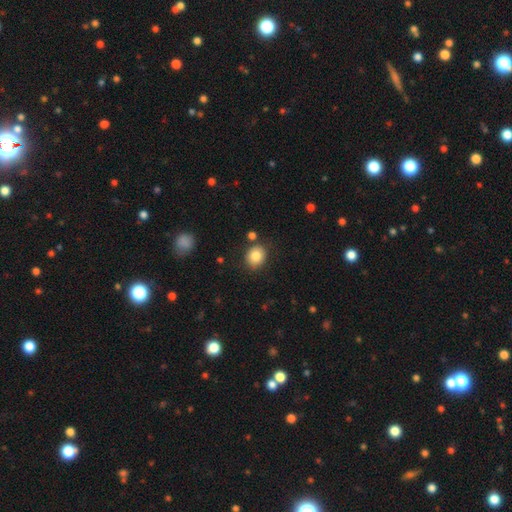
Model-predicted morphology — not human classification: smooth_or_featured: smooth (p=0.84) [alt: star or artifact p=0.09]
how_rounded: round (p=0.67) [alt: in between p=0.32]
merging: none (p=0.81) [alt: minor disturbance p=0.11]